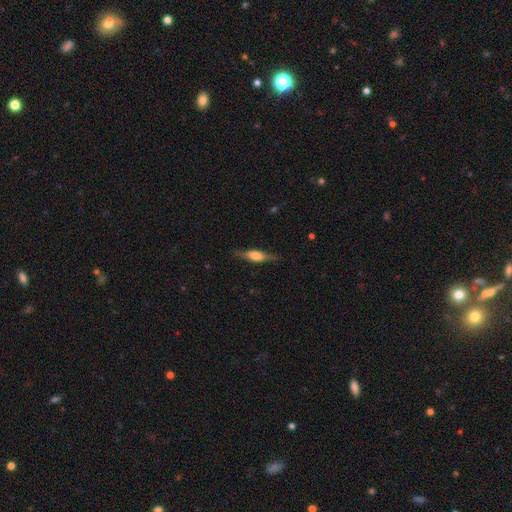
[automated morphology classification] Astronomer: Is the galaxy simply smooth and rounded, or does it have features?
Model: featured or disk — 57% (runner-up: smooth, 37%).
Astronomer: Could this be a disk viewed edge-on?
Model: yes — 94%.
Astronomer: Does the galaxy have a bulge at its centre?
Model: rounded — 70%.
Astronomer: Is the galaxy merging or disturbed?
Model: none — 81%.